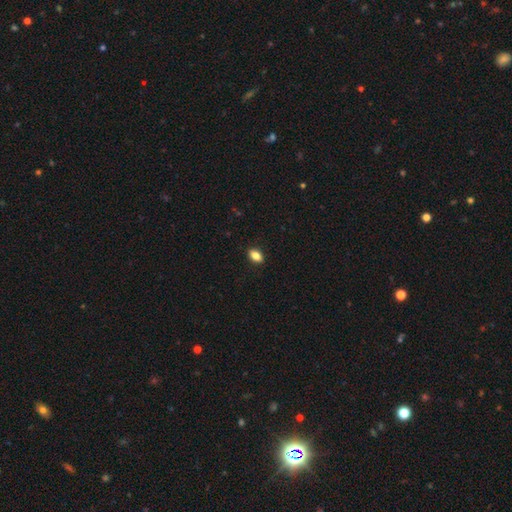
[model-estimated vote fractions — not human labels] A smooth galaxy with no disk features (84%) that is in between round and cigar-shaped (87%). Merging: none (89%).